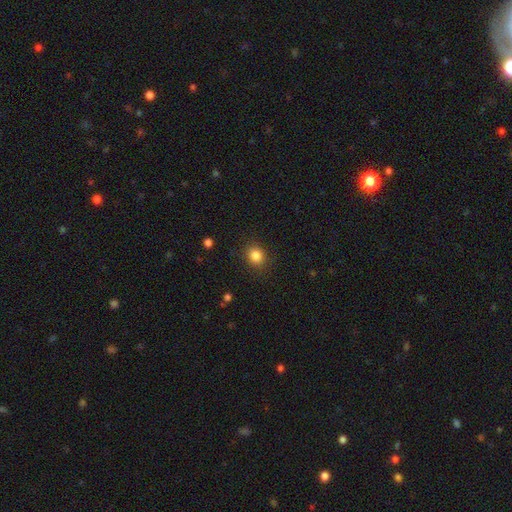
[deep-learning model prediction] Morphology: type=smooth (85%); roundness=round (75%); merging=none (88%).